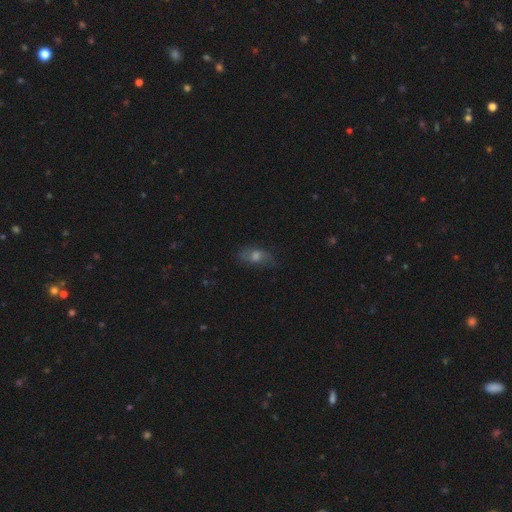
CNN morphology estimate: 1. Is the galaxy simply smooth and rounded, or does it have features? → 54% smooth, 30% featured or disk, 17% star or artifact.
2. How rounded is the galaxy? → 77% in between, 13% round, 11% cigar-shaped.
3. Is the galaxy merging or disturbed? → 72% none, 20% minor disturbance, 7% major disturbance, 2% merger.